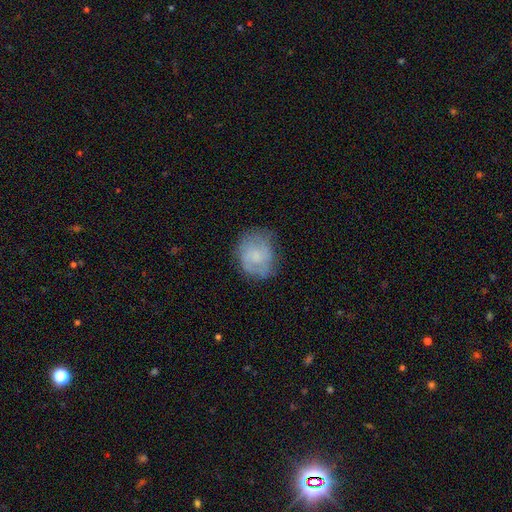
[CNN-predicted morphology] featured or disk 48%, smooth 45%, star or artifact 8%. Down the decision tree: merging — none (66%).